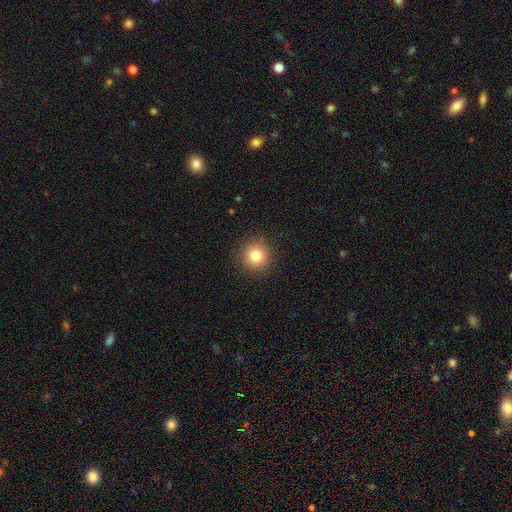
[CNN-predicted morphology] Smooth or featured: smooth — 82% (star or artifact — 12%)
How rounded: round — 94% (in between — 5%)
Merging: none — 91% (minor disturbance — 6%)